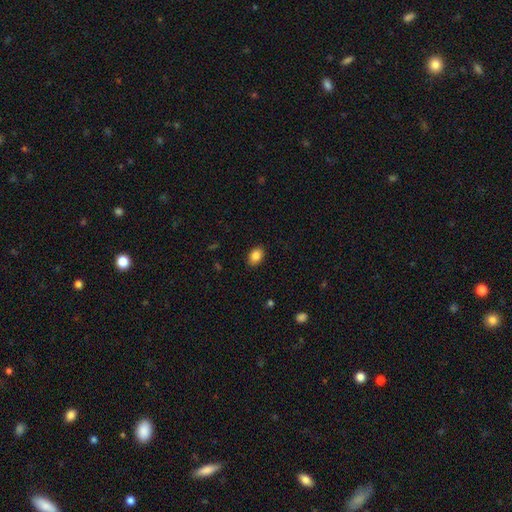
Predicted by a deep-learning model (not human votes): Smooth or featured: smooth — 87% (star or artifact — 8%)
How rounded: in between — 76% (round — 23%)
Merging: none — 87% (minor disturbance — 10%)